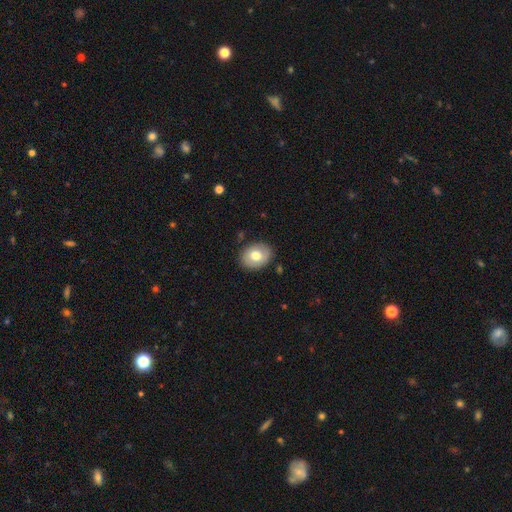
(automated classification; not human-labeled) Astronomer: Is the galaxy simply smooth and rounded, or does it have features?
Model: smooth — 69%.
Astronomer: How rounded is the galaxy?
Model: in between — 61% (runner-up: round, 38%).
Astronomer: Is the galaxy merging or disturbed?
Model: none — 85%.